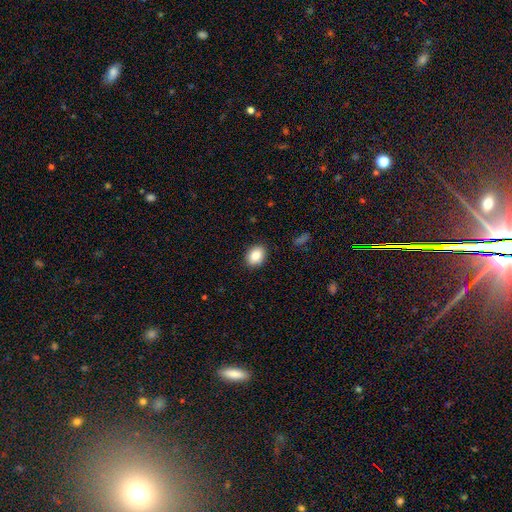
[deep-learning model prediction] Smooth or featured: smooth — 87% (star or artifact — 8%)
How rounded: in between — 65% (round — 34%)
Merging: none — 88% (minor disturbance — 9%)